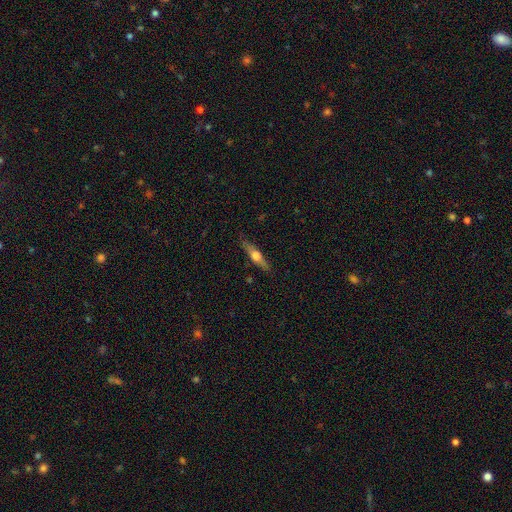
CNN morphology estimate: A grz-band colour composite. It shows a featured or disk galaxy (62%) viewed edge-on (95%) with a rounded central bulge (91%). Merging: none (85%).